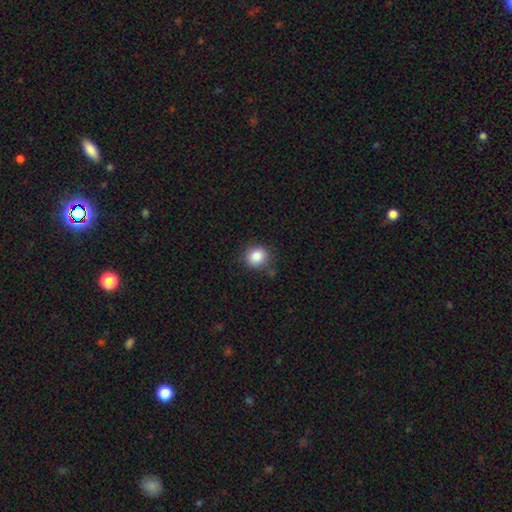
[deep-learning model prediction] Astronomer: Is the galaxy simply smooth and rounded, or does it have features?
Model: smooth — 85%.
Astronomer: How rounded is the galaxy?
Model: round — 84%.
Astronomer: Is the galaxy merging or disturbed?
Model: none — 80%.